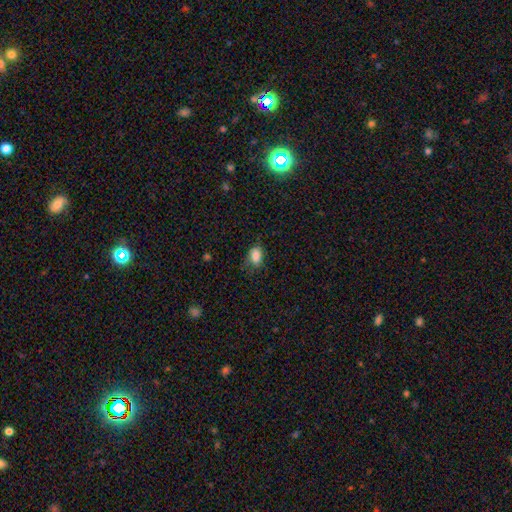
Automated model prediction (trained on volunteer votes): Q: Smooth or featured?
A: smooth (84%); runner-up: star or artifact (9%)
Q: How rounded?
A: in between (87%); runner-up: round (11%)
Q: Merging?
A: none (56%); runner-up: minor disturbance (30%)